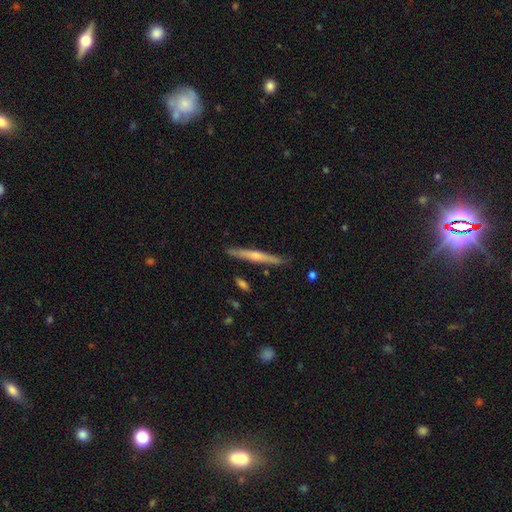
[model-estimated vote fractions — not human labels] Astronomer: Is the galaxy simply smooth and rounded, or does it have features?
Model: featured or disk — 64%.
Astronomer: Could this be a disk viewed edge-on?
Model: yes — 97%.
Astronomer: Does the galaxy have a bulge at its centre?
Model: rounded — 72%.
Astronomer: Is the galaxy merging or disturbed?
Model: none — 88%.